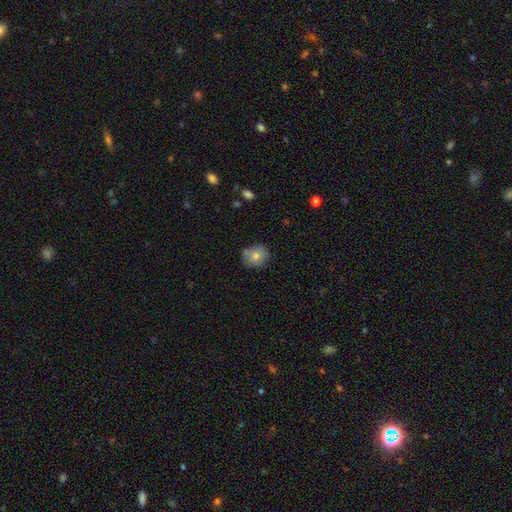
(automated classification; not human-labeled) This is likely a smooth galaxy (77%). How rounded: likely round (66%). Merging: likely none (71%).